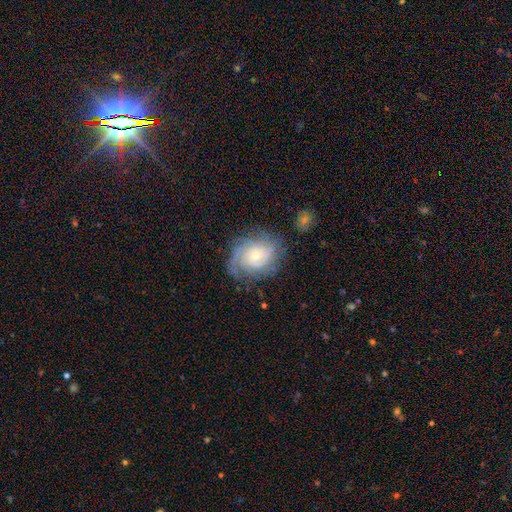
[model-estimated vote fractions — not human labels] Smooth or featured? Predicted: featured or disk (p=0.80). Edge-on disk? Predicted: no (p=0.97). Bar? Predicted: no (p=0.75). Spiral arms? Predicted: yes (p=0.94). Spiral winding? Predicted: tight (p=0.69). Spiral arm count? Predicted: can't tell (p=0.35). Bulge size? Predicted: small (p=0.69). Merging? Predicted: none (p=0.72).